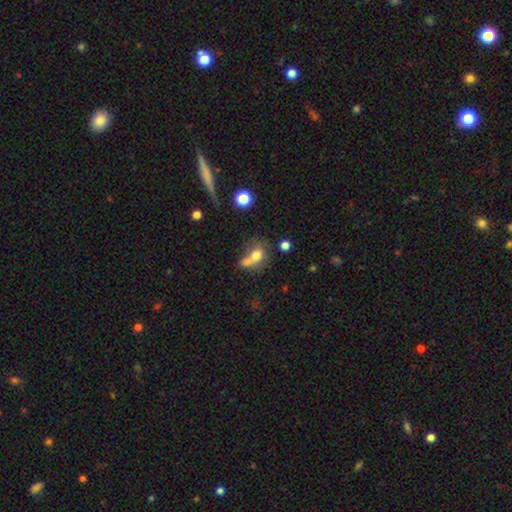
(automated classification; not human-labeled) Q: Smooth or featured?
A: smooth (70%); runner-up: featured or disk (18%)
Q: How rounded?
A: round (53%); runner-up: in between (45%)
Q: Merging?
A: merger (59%); runner-up: none (23%)